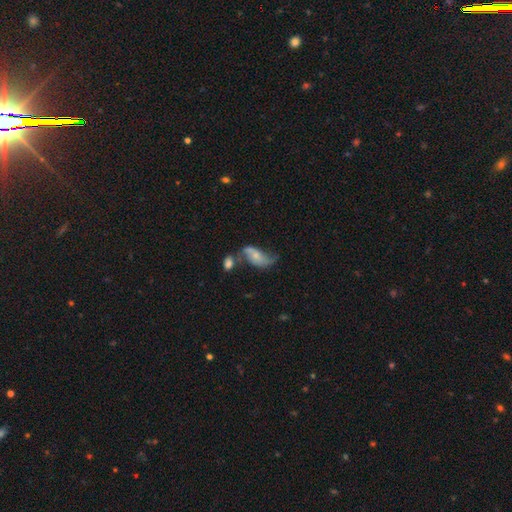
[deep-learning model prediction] Q: Smooth or featured?
A: featured or disk (58%); runner-up: smooth (34%)
Q: Edge-on disk?
A: no (94%); runner-up: yes (6%)
Q: Bar?
A: no (65%); runner-up: weak (27%)
Q: Spiral arms?
A: yes (80%); runner-up: no (20%)
Q: Bulge size?
A: small (53%); runner-up: moderate (30%)
Q: Merging?
A: merger (30%); tied with: none (30%)